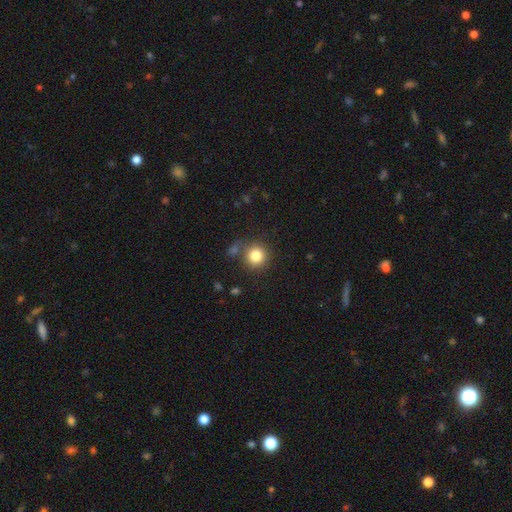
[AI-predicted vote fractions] This is clearly a smooth galaxy (83%). How rounded: clearly round (92%). Merging: likely none (75%).